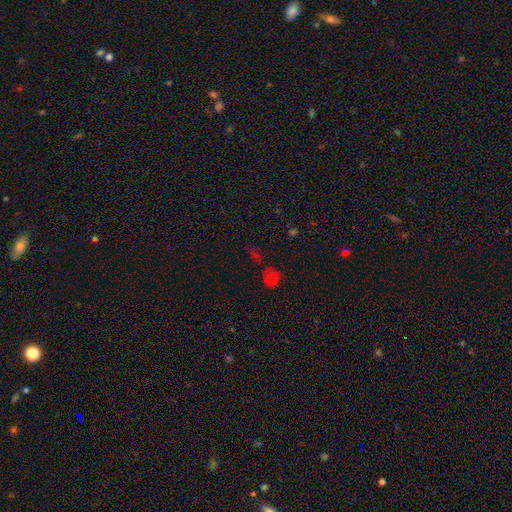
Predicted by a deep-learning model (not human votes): Smooth or featured?
  - star or artifact: 56% *
  - smooth: 35%
  - featured or disk: 9%